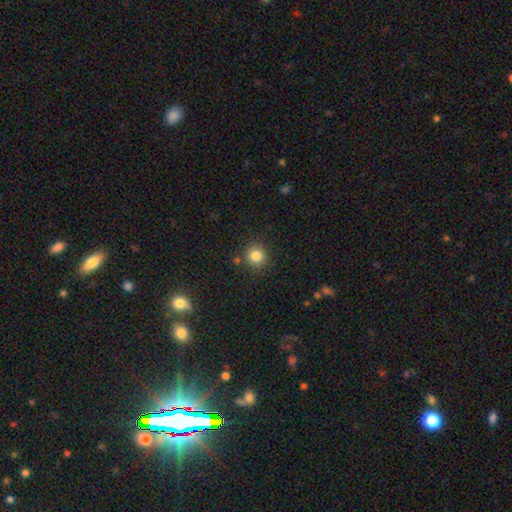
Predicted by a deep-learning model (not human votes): Q: Smooth or featured?
A: smooth (83%); runner-up: star or artifact (12%)
Q: How rounded?
A: round (90%); runner-up: in between (9%)
Q: Merging?
A: none (85%); runner-up: minor disturbance (8%)